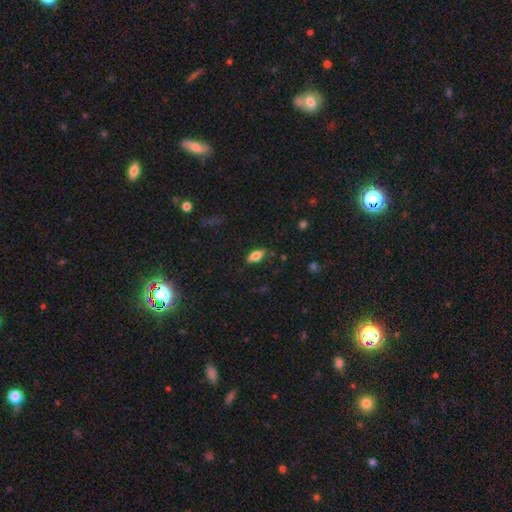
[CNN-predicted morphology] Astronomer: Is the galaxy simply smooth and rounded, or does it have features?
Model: smooth — 71%.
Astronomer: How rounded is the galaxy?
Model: in between — 83%.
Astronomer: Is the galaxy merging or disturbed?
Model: none — 81%.